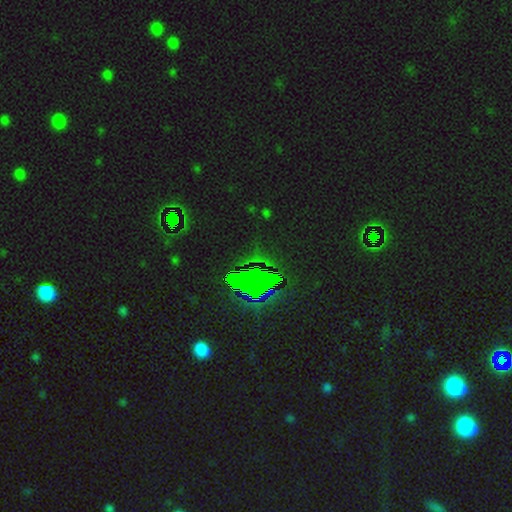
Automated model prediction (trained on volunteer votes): Q: Smooth or featured?
A: star or artifact (82%); runner-up: smooth (10%)